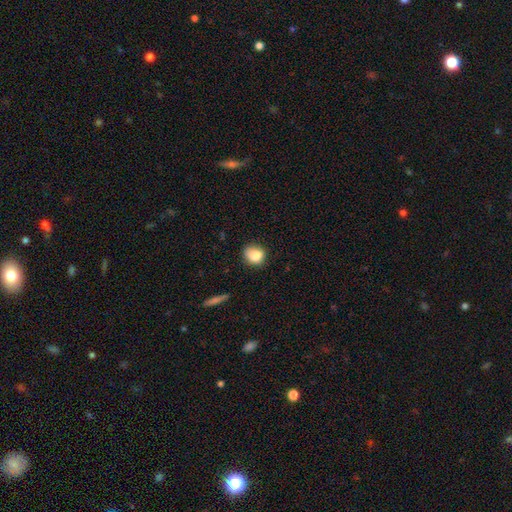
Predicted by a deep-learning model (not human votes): Q: Smooth or featured?
A: smooth (83%); runner-up: star or artifact (10%)
Q: How rounded?
A: round (76%); runner-up: in between (23%)
Q: Merging?
A: none (78%); runner-up: minor disturbance (17%)